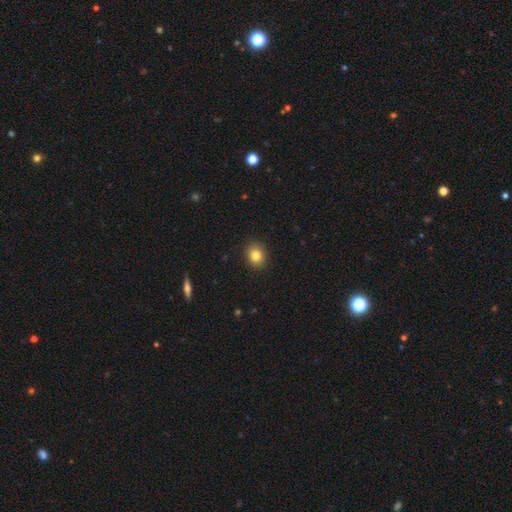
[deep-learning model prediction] smooth_or_featured: smooth (p=0.82) [alt: star or artifact p=0.10]
how_rounded: round (p=0.60) [alt: in between p=0.39]
merging: none (p=0.90) [alt: minor disturbance p=0.07]